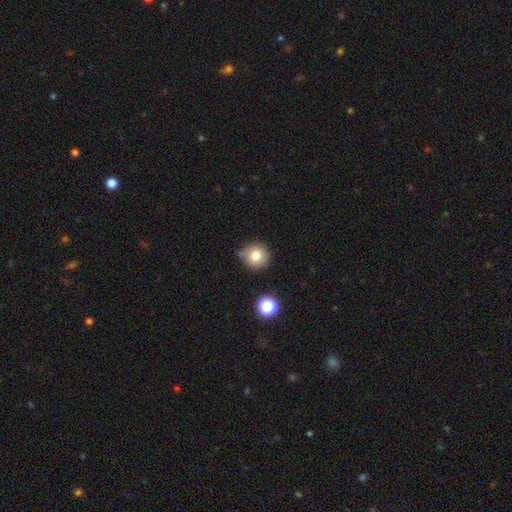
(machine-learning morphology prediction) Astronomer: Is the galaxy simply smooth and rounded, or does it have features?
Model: smooth — 81%.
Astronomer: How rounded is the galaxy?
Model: round — 94%.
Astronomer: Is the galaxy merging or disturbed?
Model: none — 74%.